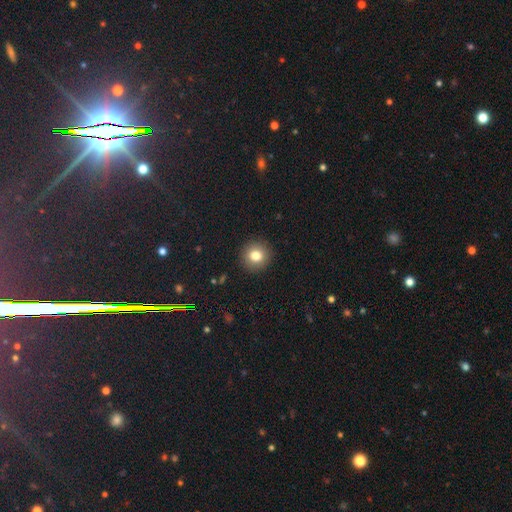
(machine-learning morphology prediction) Overall: smooth (80%). How rounded: round (92%). Merging: none (92%).